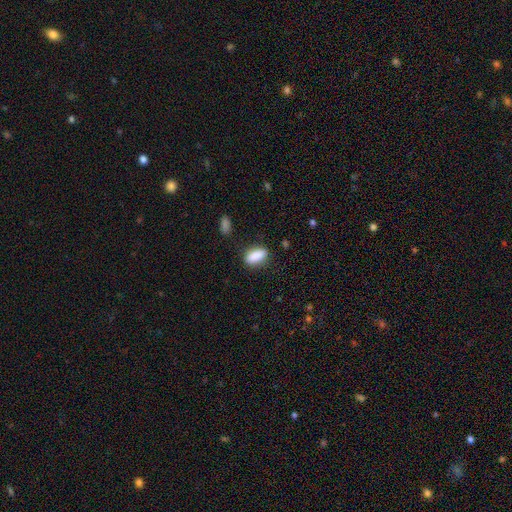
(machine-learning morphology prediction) smooth 86%, star or artifact 7%, featured or disk 7%. Down the decision tree: how rounded — in between (81%); merging — none (81%).